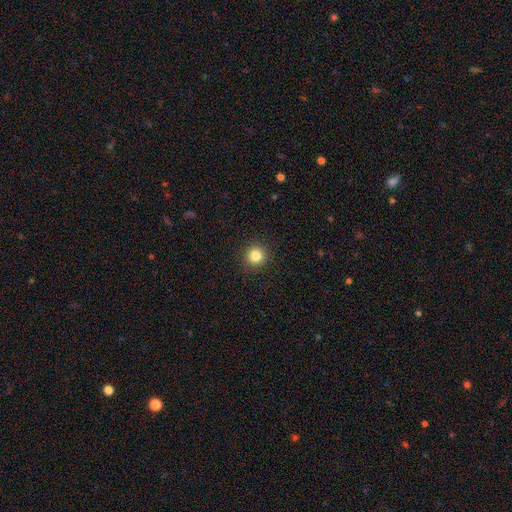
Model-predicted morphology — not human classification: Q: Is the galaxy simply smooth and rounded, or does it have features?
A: smooth — 83%.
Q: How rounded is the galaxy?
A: round — 95%.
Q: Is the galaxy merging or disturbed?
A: none — 92%.